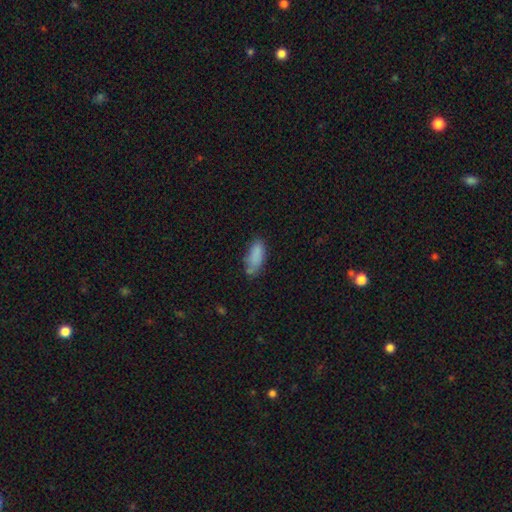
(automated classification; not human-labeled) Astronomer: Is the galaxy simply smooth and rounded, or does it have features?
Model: smooth — 83%.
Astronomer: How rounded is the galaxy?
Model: in between — 82%.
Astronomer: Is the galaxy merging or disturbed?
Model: none — 58%.